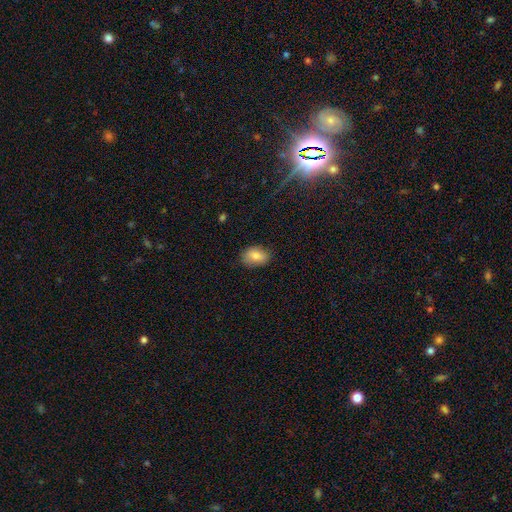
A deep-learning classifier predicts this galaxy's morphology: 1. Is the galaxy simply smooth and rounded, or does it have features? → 81% smooth, 11% featured or disk, 8% star or artifact.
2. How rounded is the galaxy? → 80% in between, 18% round, 1% cigar-shaped.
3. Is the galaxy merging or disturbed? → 80% none, 16% minor disturbance, 3% major disturbance, 1% merger.